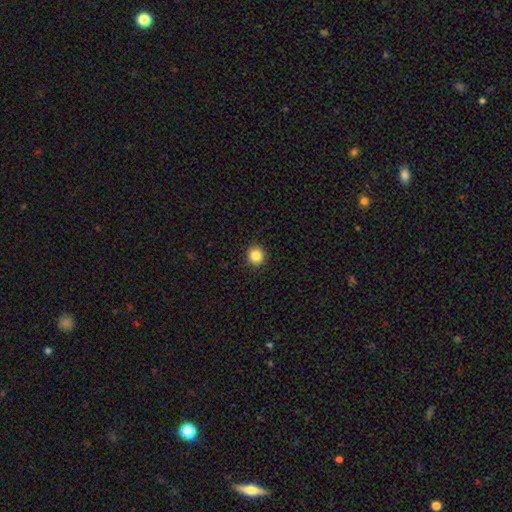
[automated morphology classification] smooth-or-featured: smooth: 85% | star or artifact: 10% | featured or disk: 5%
  how-rounded: round: 91% | in between: 8% | cigar-shaped: 1%
  merging: none: 92% | minor disturbance: 5% | major disturbance: 2% | merger: 1%